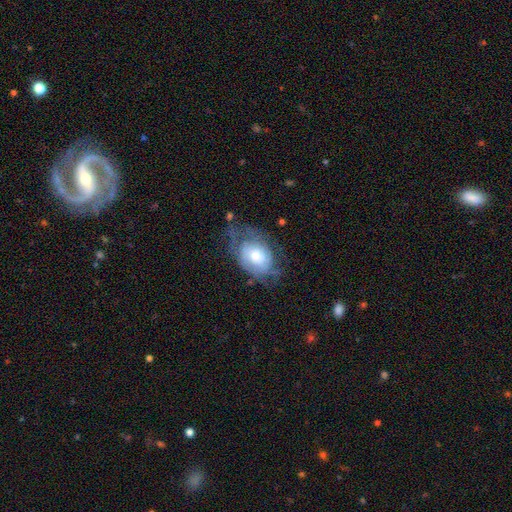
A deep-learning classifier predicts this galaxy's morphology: A featured or disk galaxy (61%) with no bar (76%), spiral arms (70%) and a moderate central bulge (56%).

Vote fractions:
- Smooth or featured? featured or disk: 61% / smooth: 31% / star or artifact: 7%
- Edge-on disk? no: 95% / yes: 5%
- Bar? no: 76% / weak: 20% / strong: 3%
- Spiral arms? yes: 70% / no: 30%
- Bulge size? moderate: 56% / small: 25% / large: 15% / none: 2% / dominant: 2%
- Merging? none: 45% / minor disturbance: 28% / major disturbance: 24% / merger: 2%